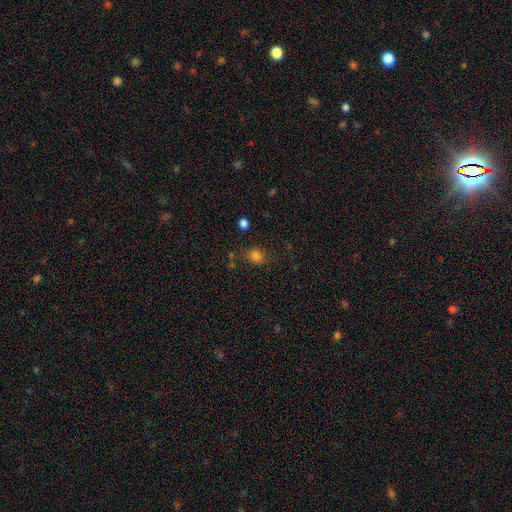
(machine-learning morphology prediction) This is clearly a smooth galaxy (80%). How rounded: likely round (61%). Merging: likely none (75%).